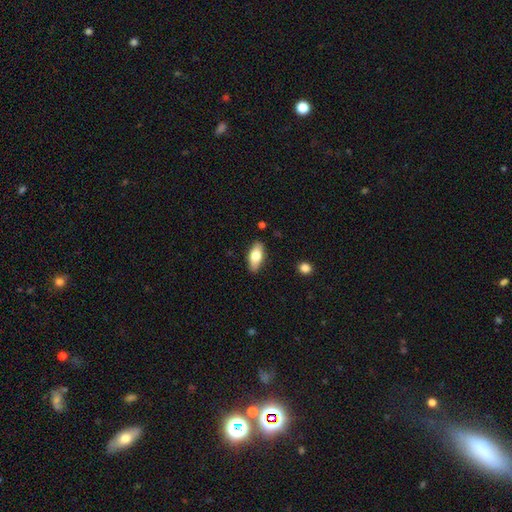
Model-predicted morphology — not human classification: Smooth or featured?
  - smooth: 75% *
  - featured or disk: 19%
  - star or artifact: 6%
How rounded?
  - in between: 85% *
  - cigar-shaped: 13%
  - round: 3%
Merging?
  - none: 86% *
  - minor disturbance: 10%
  - major disturbance: 2%
  - merger: 1%